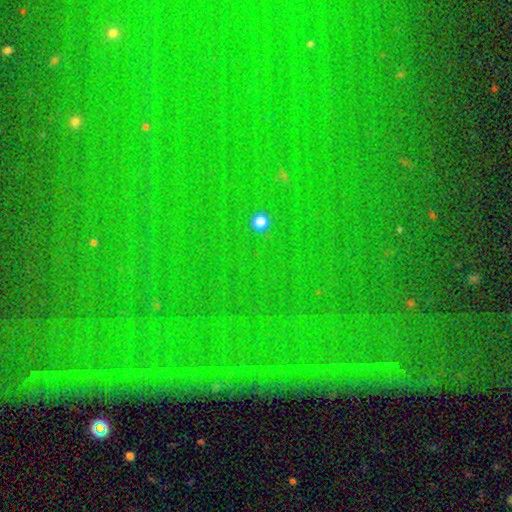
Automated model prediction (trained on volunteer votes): This appears to be a star or artifact, not a galaxy (83%).